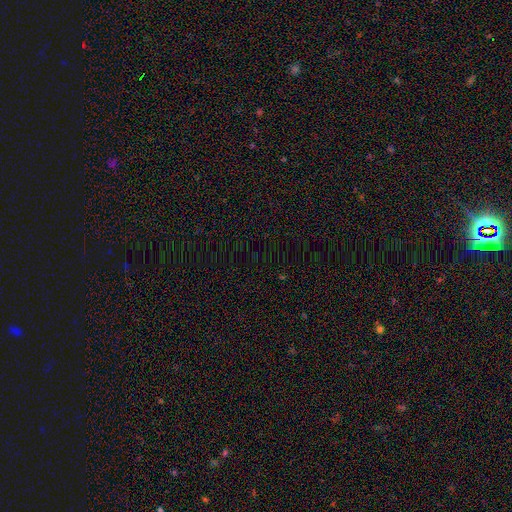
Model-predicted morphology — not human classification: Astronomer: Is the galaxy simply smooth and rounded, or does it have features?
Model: star or artifact — 72%.